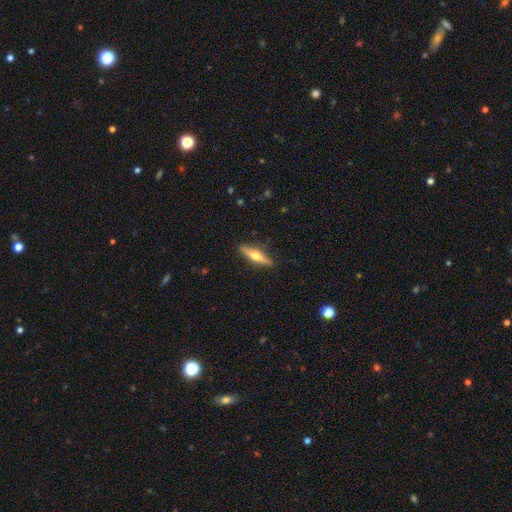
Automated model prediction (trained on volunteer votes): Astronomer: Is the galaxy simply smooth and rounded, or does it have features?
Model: featured or disk — 54% (runner-up: smooth, 40%).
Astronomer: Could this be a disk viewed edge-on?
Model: yes — 94%.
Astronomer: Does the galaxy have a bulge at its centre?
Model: rounded — 93%.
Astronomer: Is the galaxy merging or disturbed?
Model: none — 88%.